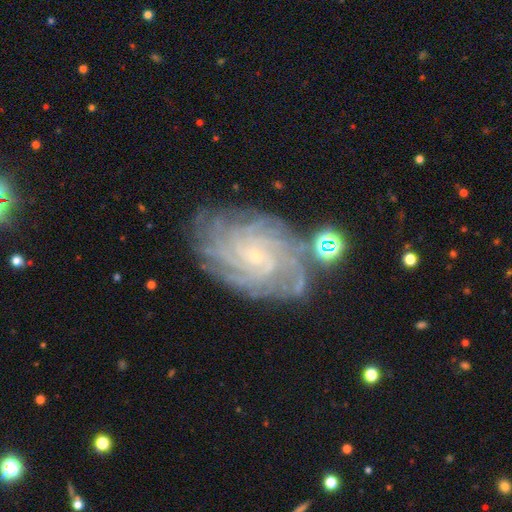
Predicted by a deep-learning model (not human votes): smooth-or-featured: featured or disk: 88% | star or artifact: 6% | smooth: 5%
  disk-edge-on: no: 97% | yes: 3%
    bar: no: 69% | weak: 25% | strong: 6%
    has-spiral-arms: yes: 98% | no: 2%
      spiral-winding: tight: 79% | medium: 17% | loose: 4%
      spiral-arm-count: more than 4: 36% | 4: 22% | can't tell: 19% | 3: 8% | 2: 7% | 1: 7%
    bulge-size: small: 87% | moderate: 8% | none: 2% | large: 1% | dominant: 1%
  merging: none: 74% | minor disturbance: 15% | major disturbance: 6% | merger: 5%